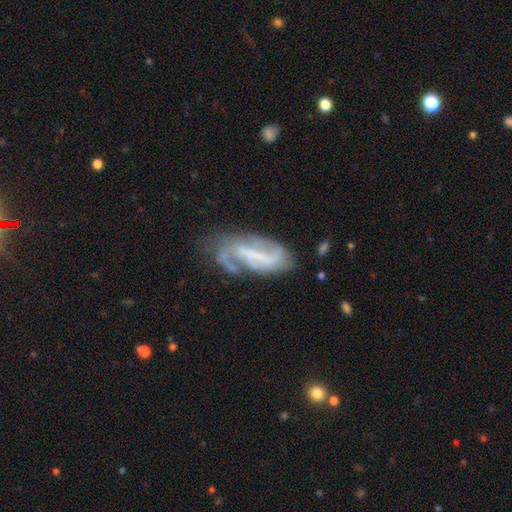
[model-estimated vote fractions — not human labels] Overall: featured or disk (74%). Edge-on disk: no (92%). Bar: strong (50%; weak 31%). Spiral arms: yes (81%). Spiral arm count: 2 (63%). Spiral winding: medium (39%; loose 35%). Bulge size: none (51%; small 26%). Merging: none (50%; minor disturbance 26%).